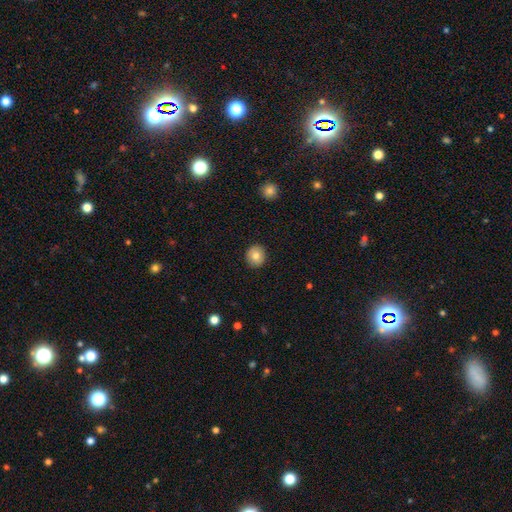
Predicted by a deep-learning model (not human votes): This appears to be a smooth galaxy with no disk features (79%) that is round (89%). Merging: none (91%).